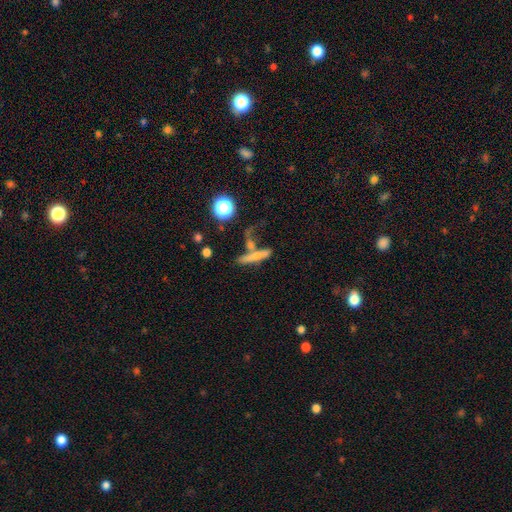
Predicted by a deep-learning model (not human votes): Overall: smooth (53%; featured or disk 35%). How rounded: cigar-shaped (77%). Merging: none (44%; merger 32%).